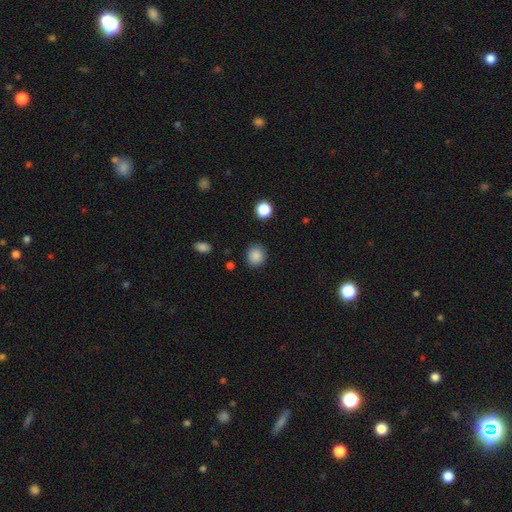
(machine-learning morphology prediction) smooth 87%, star or artifact 10%, featured or disk 3%. Down the decision tree: how rounded — round (82%); merging — none (87%).